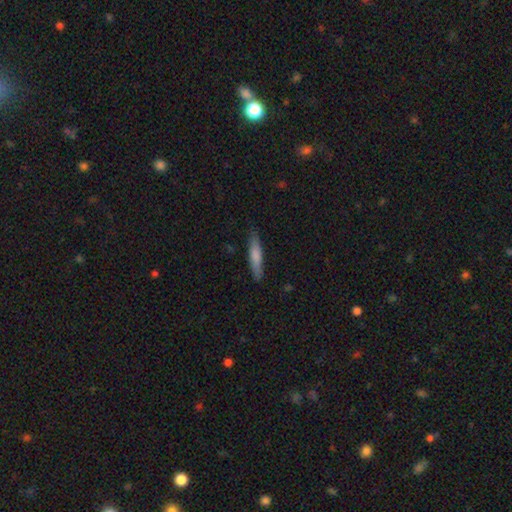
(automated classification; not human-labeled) Smooth or featured? Predicted: smooth (p=0.72). How rounded? Predicted: cigar-shaped (p=0.87). Merging? Predicted: none (p=0.85).